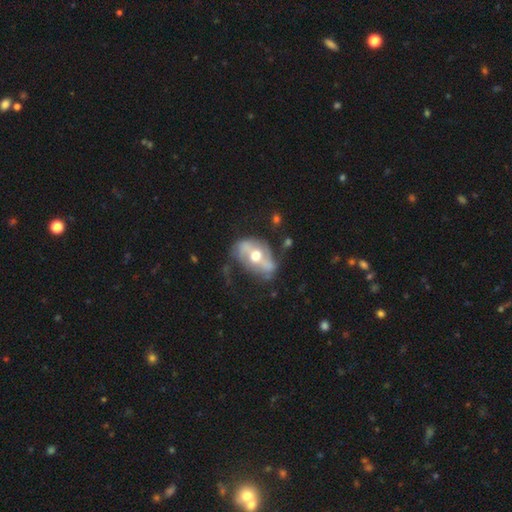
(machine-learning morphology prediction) Smooth or featured: featured or disk — 69% (smooth — 24%)
Edge-on disk: no — 93% (yes — 7%)
Bar: no — 42% (weak — 30%)
Spiral arms: yes — 53% (no — 47%)
Bulge size: moderate — 73% (large — 16%)
Merging: none — 49% (minor disturbance — 26%)